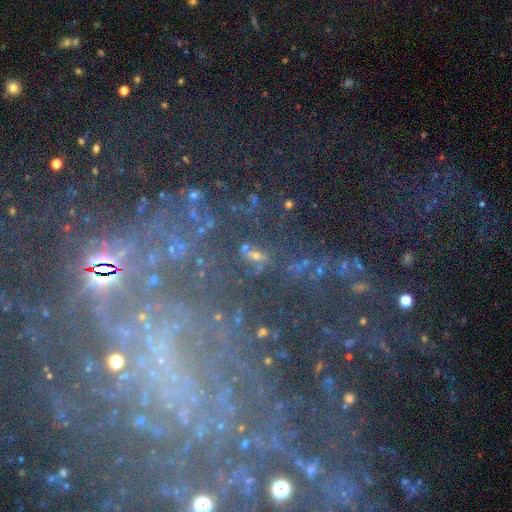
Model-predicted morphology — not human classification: The model was most divided on "smooth or featured": star or artifact: 39%, smooth: 32%, featured or disk: 28%.